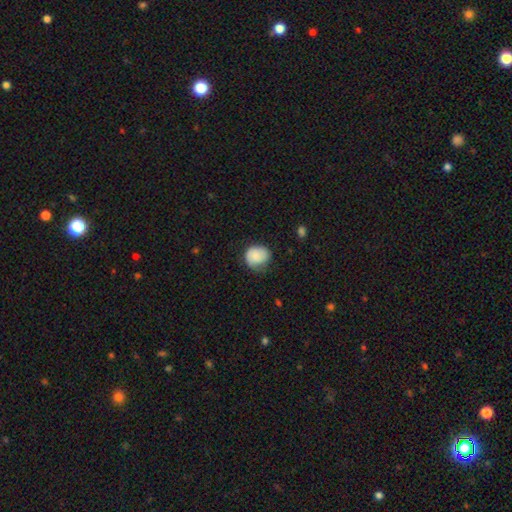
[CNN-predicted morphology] This appears to be a smooth galaxy with no disk features (79%) that is round (71%). Merging: none (60%).